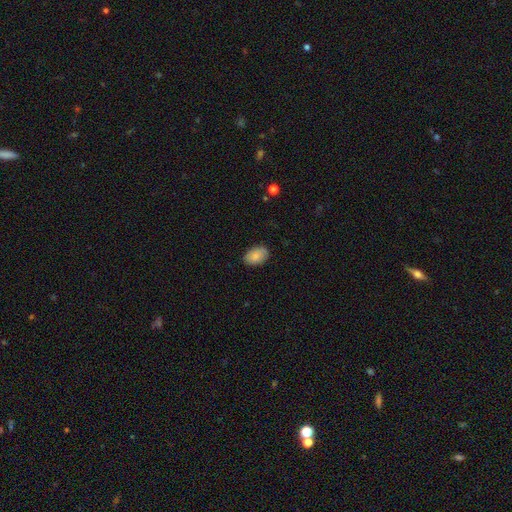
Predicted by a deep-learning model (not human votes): Overall: smooth (85%). How rounded: in between (88%). Merging: none (84%).